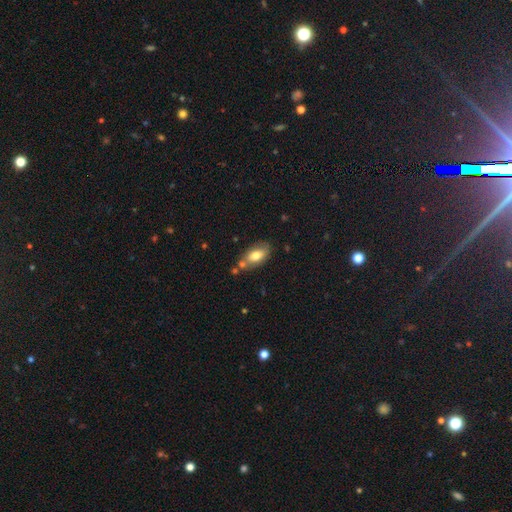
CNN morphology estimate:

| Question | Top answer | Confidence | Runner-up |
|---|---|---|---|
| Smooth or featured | smooth | 72% | featured or disk (21%) |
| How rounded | in between | 90% | round (5%) |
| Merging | none | 61% | minor disturbance (19%) |